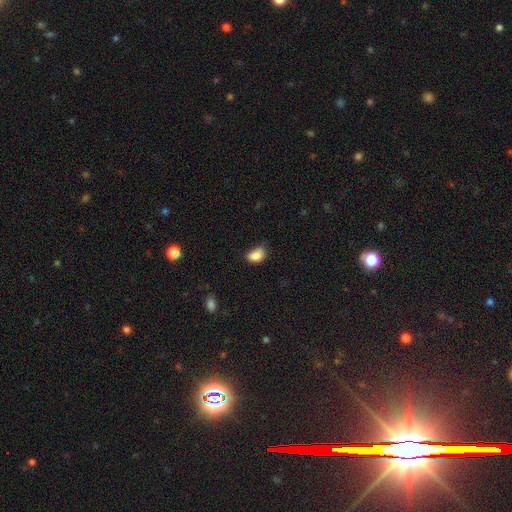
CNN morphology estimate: A smooth galaxy with no disk features (84%) that is in between round and cigar-shaped (84%).

Vote fractions:
- Smooth or featured? smooth: 84% / star or artifact: 9% / featured or disk: 7%
- How rounded? in between: 84% / round: 15% / cigar-shaped: 2%
- Merging? none: 44% / minor disturbance: 40% / major disturbance: 12% / merger: 4%